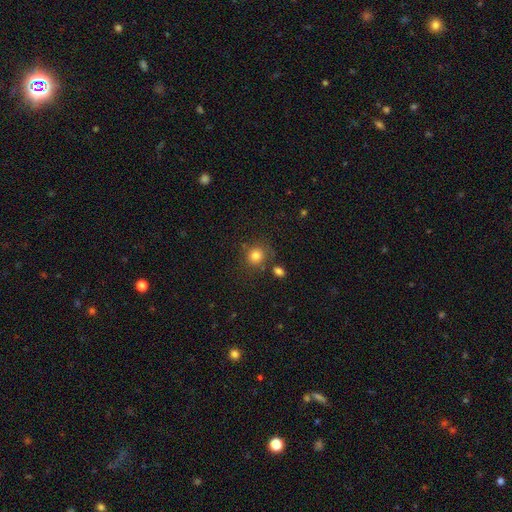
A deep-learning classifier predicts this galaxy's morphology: Q: Smooth or featured?
A: smooth (81%); runner-up: star or artifact (12%)
Q: How rounded?
A: round (86%); runner-up: in between (13%)
Q: Merging?
A: none (73%); runner-up: minor disturbance (13%)